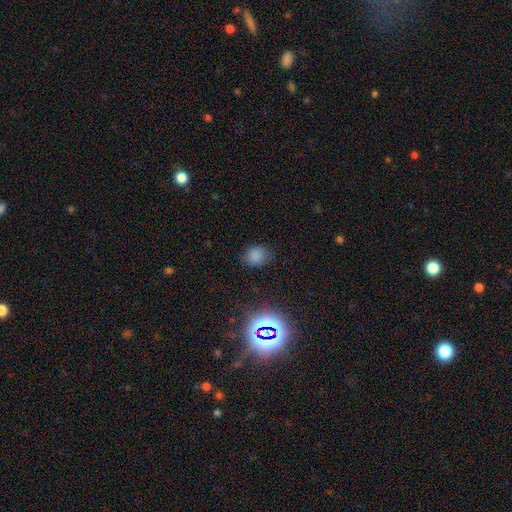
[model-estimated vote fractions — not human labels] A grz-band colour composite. It shows a smooth galaxy with no disk features (77%) that is round (58%). Merging: none (81%).